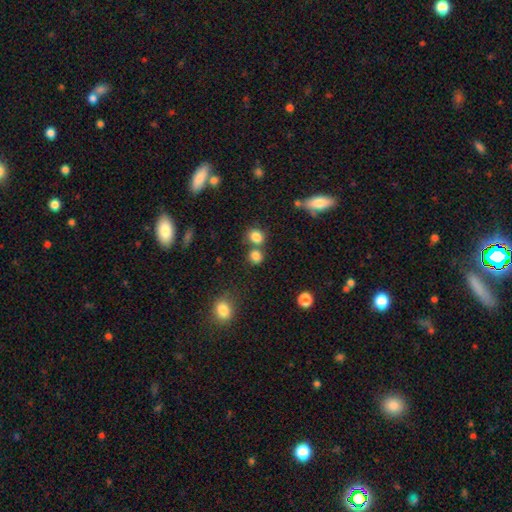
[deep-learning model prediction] smooth_or_featured: smooth (p=0.81) [alt: star or artifact p=0.13]
how_rounded: round (p=0.78) [alt: in between p=0.21]
merging: none (p=0.59) [alt: merger p=0.29]